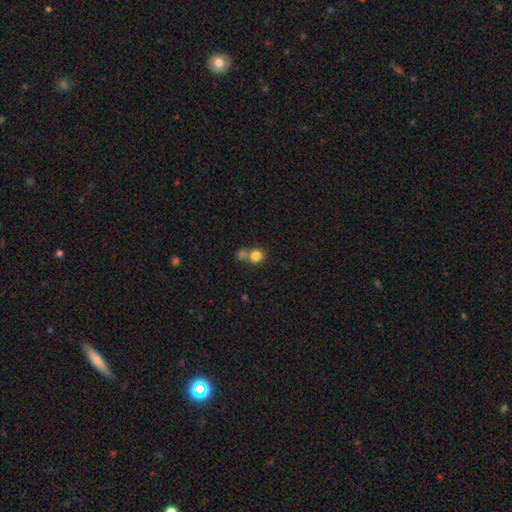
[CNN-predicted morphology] smooth-or-featured: smooth: 82% | star or artifact: 11% | featured or disk: 7%
  how-rounded: round: 86% | in between: 13% | cigar-shaped: 1%
  merging: none: 52% | merger: 37% | minor disturbance: 8% | major disturbance: 4%